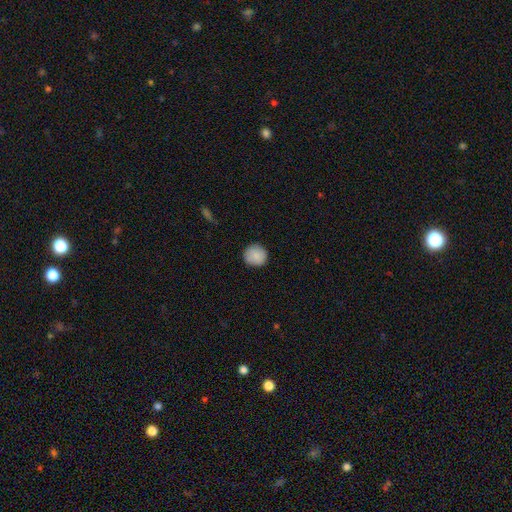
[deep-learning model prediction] Smooth or featured: smooth — 89% (star or artifact — 7%)
How rounded: round — 93% (in between — 6%)
Merging: none — 90% (minor disturbance — 8%)